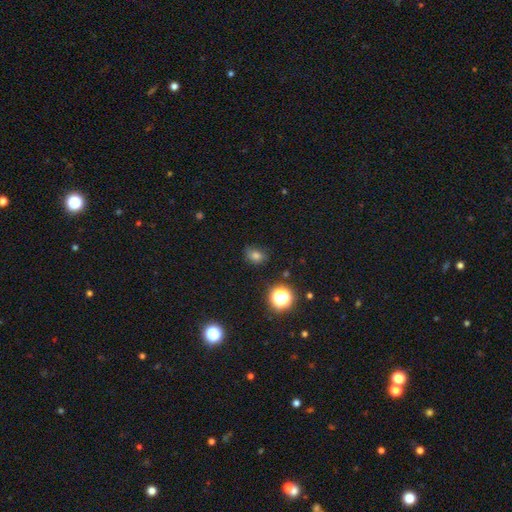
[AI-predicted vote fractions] A smooth galaxy with no disk features (74%) that is in between round and cigar-shaped (52%).

Vote fractions:
- Smooth or featured? smooth: 74% / star or artifact: 19% / featured or disk: 7%
- How rounded? in between: 52% / round: 46% / cigar-shaped: 1%
- Merging? none: 72% / minor disturbance: 21% / major disturbance: 5% / merger: 2%